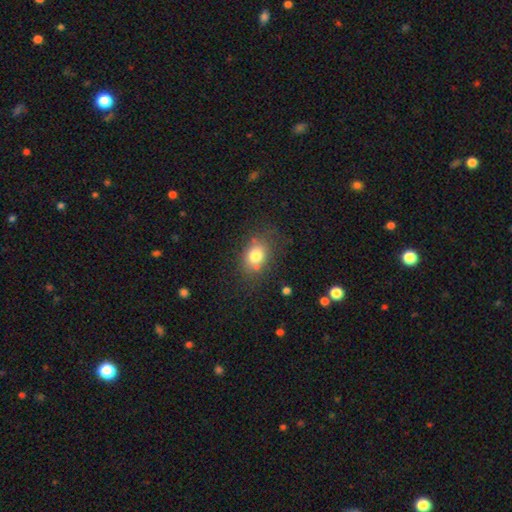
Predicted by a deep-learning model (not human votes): Smooth or featured? smooth (78%)
How rounded? in between (55%)
Merging? none (70%)